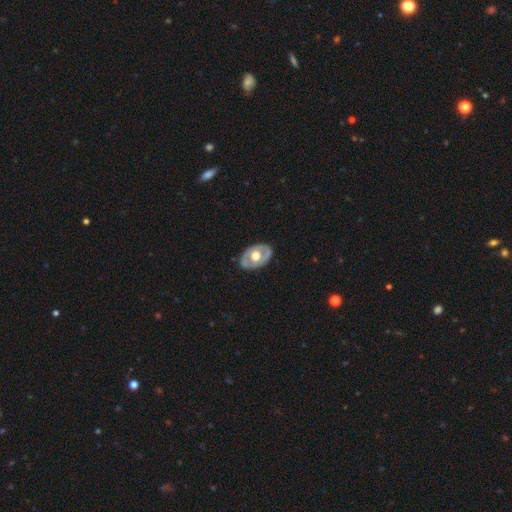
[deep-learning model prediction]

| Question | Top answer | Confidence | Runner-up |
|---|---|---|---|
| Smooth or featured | featured or disk | 63% | smooth (32%) |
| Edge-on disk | no | 90% | yes (10%) |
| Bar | no | 84% | weak (13%) |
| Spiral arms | no | 77% | yes (23%) |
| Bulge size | moderate | 58% | large (37%) |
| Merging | none | 80% | minor disturbance (15%) |